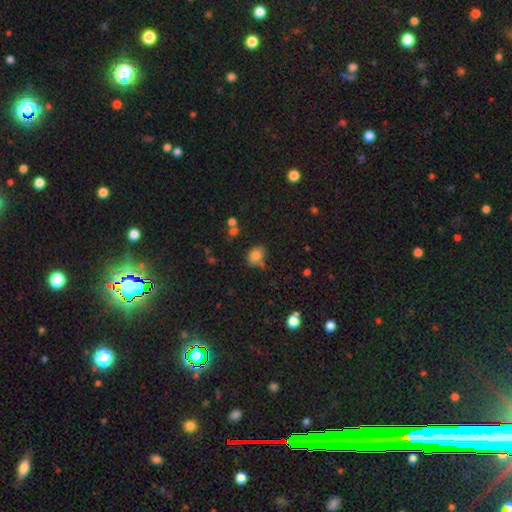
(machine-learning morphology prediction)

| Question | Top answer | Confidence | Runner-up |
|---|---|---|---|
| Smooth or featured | smooth | 80% | star or artifact (12%) |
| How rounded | in between | 55% | round (44%) |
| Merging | none | 64% | minor disturbance (19%) |